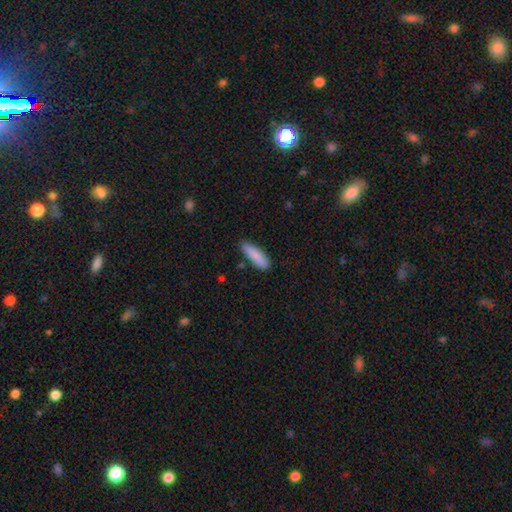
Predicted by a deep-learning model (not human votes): This is clearly a smooth galaxy (86%). How rounded: likely cigar-shaped (63%). Merging: clearly none (82%).